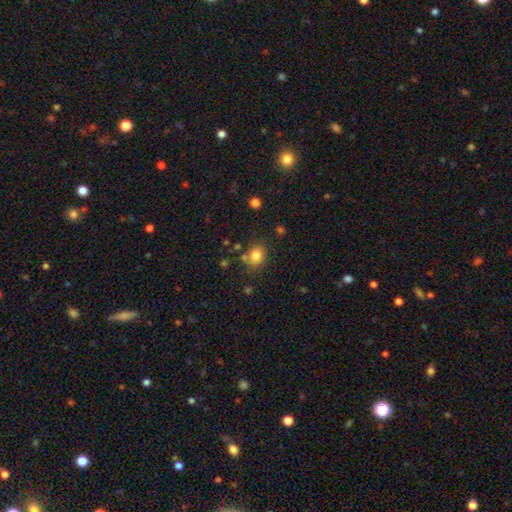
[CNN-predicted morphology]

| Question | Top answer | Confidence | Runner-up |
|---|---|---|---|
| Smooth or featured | smooth | 81% | star or artifact (12%) |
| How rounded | round | 69% | in between (30%) |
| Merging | none | 76% | minor disturbance (13%) |